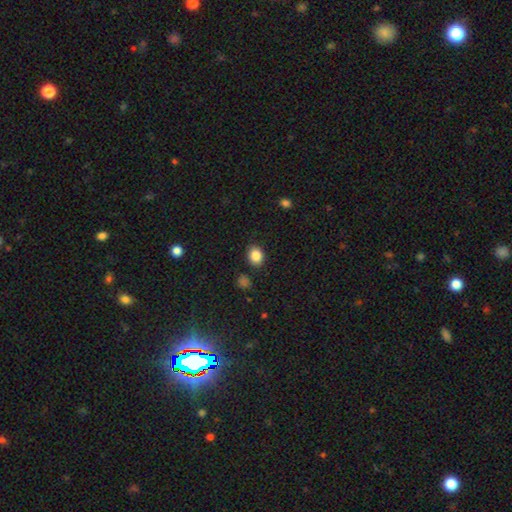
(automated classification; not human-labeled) This is clearly a smooth galaxy (85%). How rounded: possibly in between (51%). Merging: clearly none (85%).